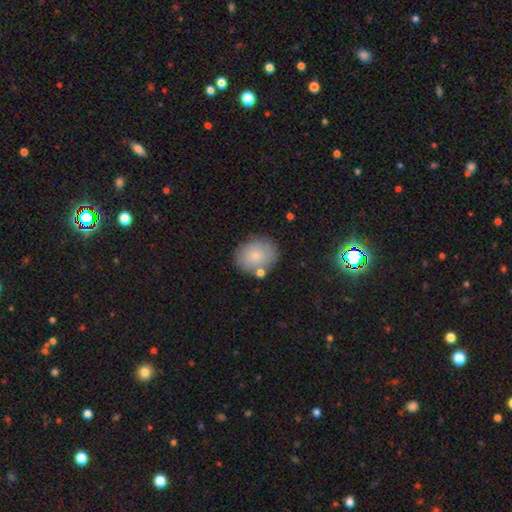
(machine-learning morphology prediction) smooth 74%, featured or disk 17%, star or artifact 8%. Down the decision tree: how rounded — round (58%); merging — none (72%).